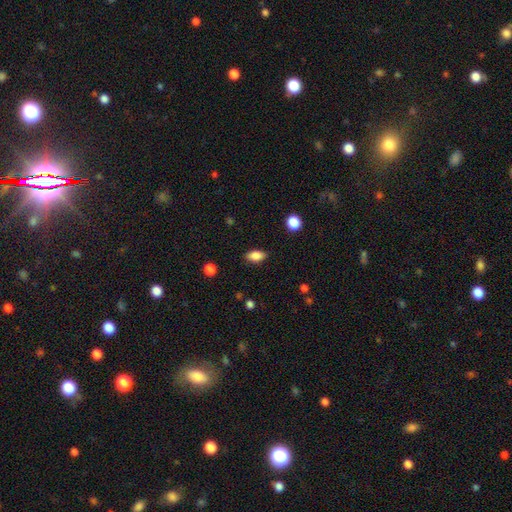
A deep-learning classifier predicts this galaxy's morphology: A smooth galaxy with no disk features (85%) that is in between round and cigar-shaped (89%). Merging: none (85%).